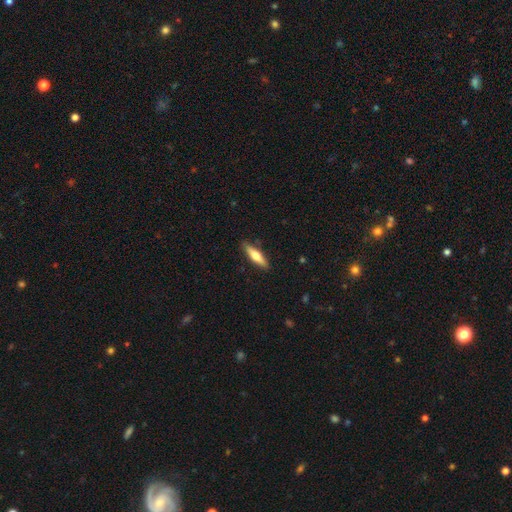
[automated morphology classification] smooth_or_featured: smooth (p=0.59) [alt: featured or disk p=0.35]
how_rounded: cigar-shaped (p=0.69) [alt: in between p=0.29]
merging: none (p=0.87) [alt: minor disturbance p=0.10]